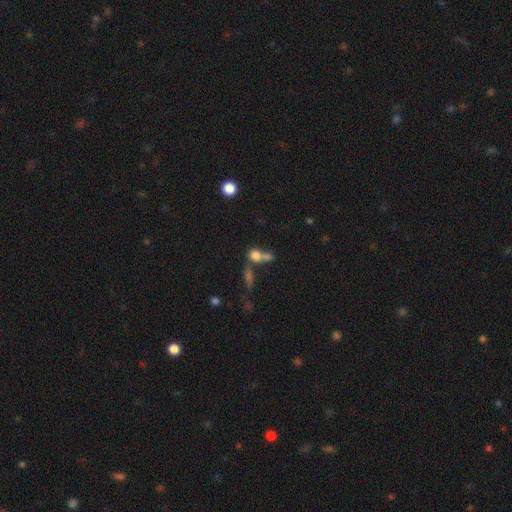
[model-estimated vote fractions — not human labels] smooth-or-featured: smooth: 72% | featured or disk: 14% | star or artifact: 13%
  how-rounded: round: 54% | in between: 41% | cigar-shaped: 5%
  merging: merger: 56% | none: 29% | minor disturbance: 8% | major disturbance: 7%